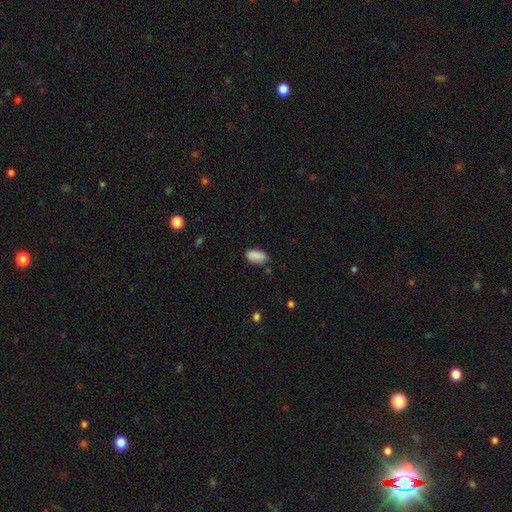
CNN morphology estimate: smooth_or_featured: smooth (p=0.88) [alt: star or artifact p=0.08]
how_rounded: in between (p=0.93) [alt: round p=0.05]
merging: none (p=0.77) [alt: minor disturbance p=0.17]